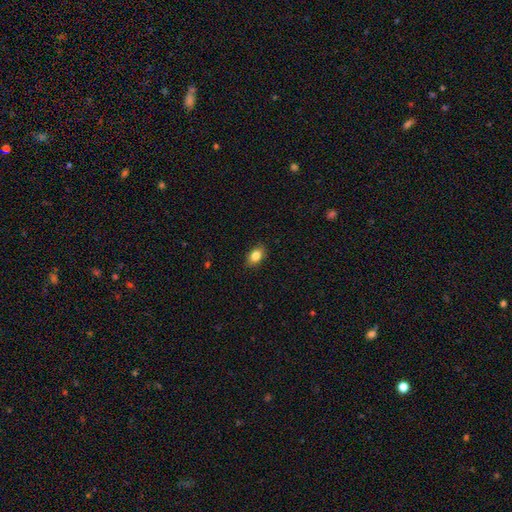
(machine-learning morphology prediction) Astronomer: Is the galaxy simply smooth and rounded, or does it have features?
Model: smooth — 84%.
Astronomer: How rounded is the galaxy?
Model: in between — 81%.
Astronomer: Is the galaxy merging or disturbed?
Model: none — 86%.